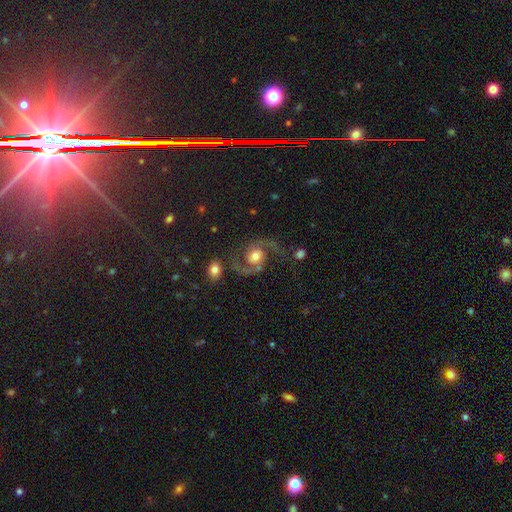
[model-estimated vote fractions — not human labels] A featured or disk galaxy (85%) with no bar (68%), 2 (94%) medium (49%) spiral arms (96%) and a moderate central bulge (63%).

Vote fractions:
- Smooth or featured? featured or disk: 85% / smooth: 8% / star or artifact: 7%
- Edge-on disk? no: 98% / yes: 2%
- Bar? no: 68% / weak: 25% / strong: 7%
- Spiral arms? yes: 96% / no: 4%
- Spiral winding? medium: 49% / loose: 42% / tight: 9%
- Spiral arm count? 2: 94% / 1: 2% / can't tell: 1% / 3: 1% / 4: 1% / more than 4: 1%
- Bulge size? moderate: 63% / large: 20% / small: 12% / dominant: 2% / none: 2%
- Merging? none: 70% / minor disturbance: 14% / major disturbance: 11% / merger: 4%